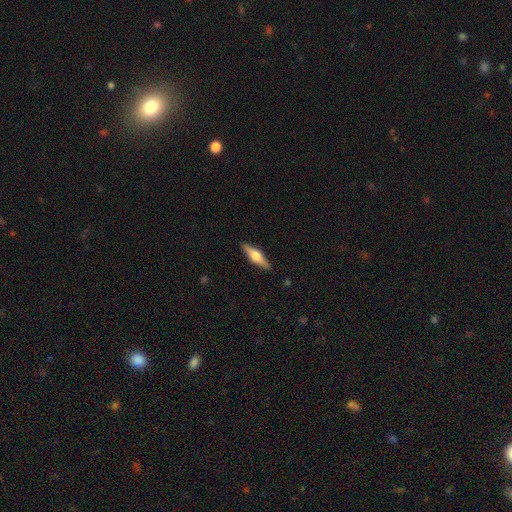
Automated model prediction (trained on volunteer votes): A featured or disk galaxy (56%) viewed edge-on (96%) with a rounded central bulge (90%).

Vote fractions:
- Smooth or featured? featured or disk: 56% / smooth: 38% / star or artifact: 6%
- Edge-on disk? yes: 96% / no: 4%
- Edge-on bulge? rounded: 90% / boxy: 8% / none: 2%
- Merging? none: 90% / minor disturbance: 8% / major disturbance: 2% / merger: 1%